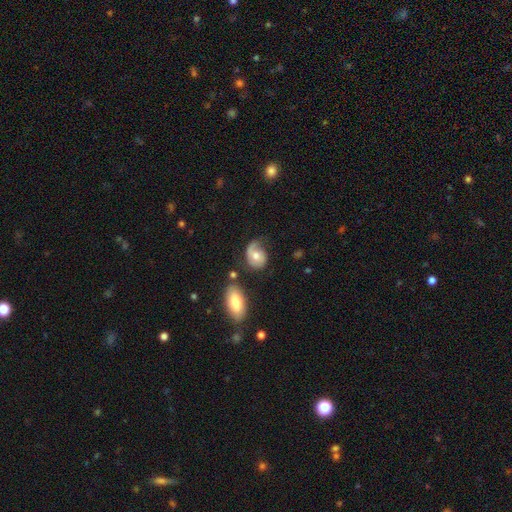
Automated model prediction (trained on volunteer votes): Smooth or featured? Predicted: featured or disk (p=0.49). Merging? Predicted: none (p=0.42).